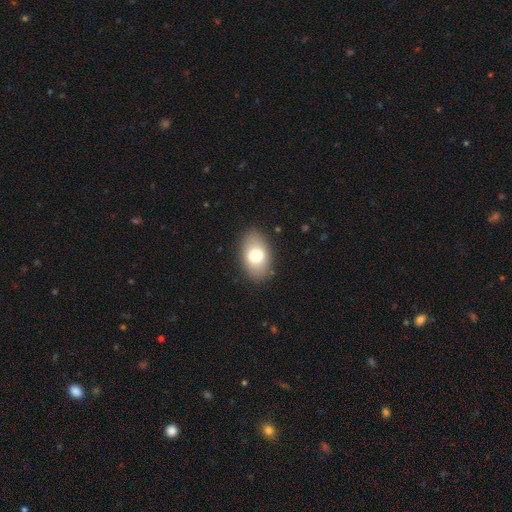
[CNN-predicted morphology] Overall: smooth (74%). How rounded: in between (89%). Merging: none (87%).